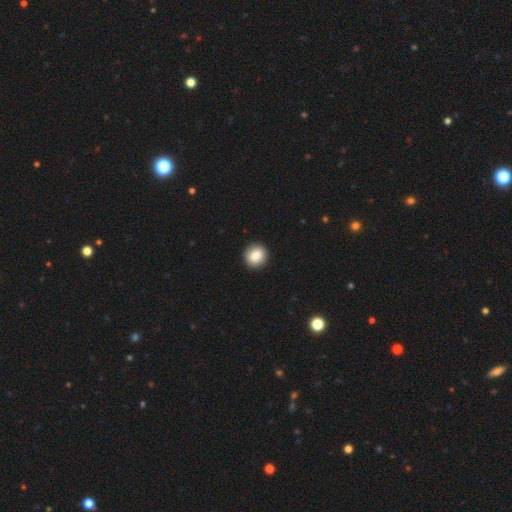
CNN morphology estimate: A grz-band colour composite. It shows a smooth galaxy with no disk features (86%) that is round (92%). Merging: none (92%).